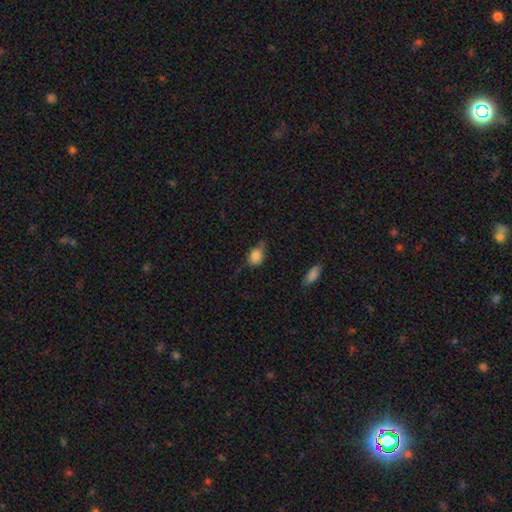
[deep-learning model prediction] Q: Smooth or featured?
A: smooth (81%); runner-up: star or artifact (10%)
Q: How rounded?
A: round (51%); runner-up: in between (47%)
Q: Merging?
A: none (50%); runner-up: minor disturbance (36%)